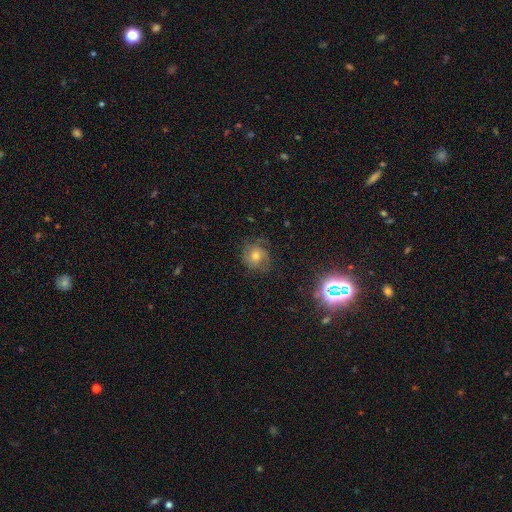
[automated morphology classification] Smooth or featured? featured or disk (51%)
Edge-on disk? no (96%)
Merging? none (74%)